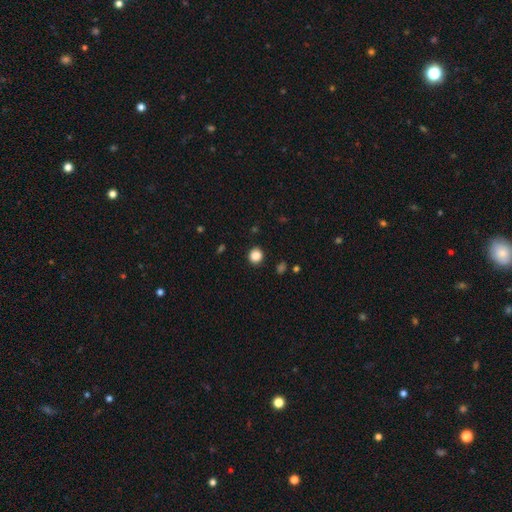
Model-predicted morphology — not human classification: smooth-or-featured: smooth: 86% | star or artifact: 11% | featured or disk: 3%
  how-rounded: round: 89% | in between: 11% | cigar-shaped: 1%
  merging: none: 90% | minor disturbance: 6% | major disturbance: 2% | merger: 1%